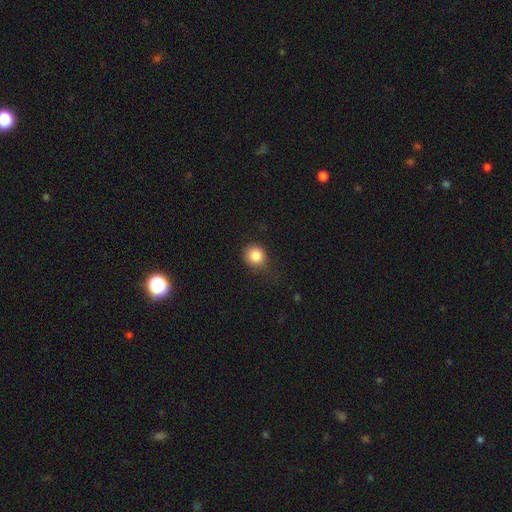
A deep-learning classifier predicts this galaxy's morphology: The model was most divided on "merging": none: 74%, minor disturbance: 19%, major disturbance: 6%, merger: 1%. More confident: smooth or featured — smooth (84%); how rounded — round (81%).